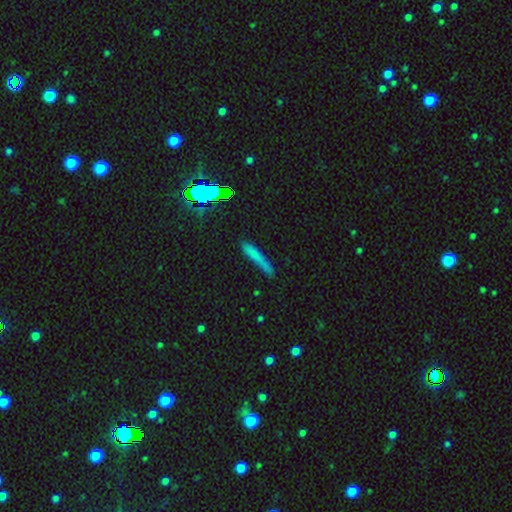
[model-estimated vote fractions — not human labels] Smooth or featured? Predicted: smooth (p=0.65). How rounded? Predicted: cigar-shaped (p=0.90). Merging? Predicted: none (p=0.72).